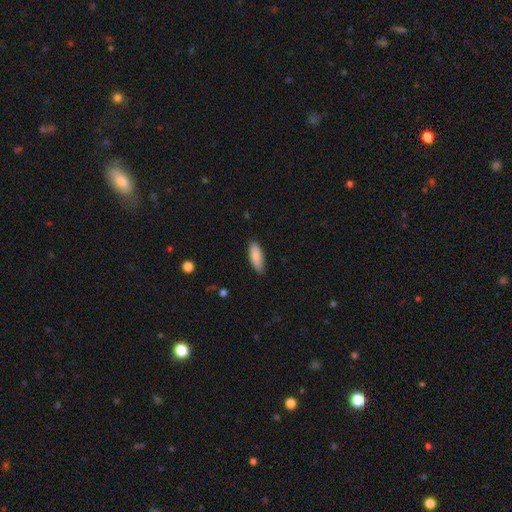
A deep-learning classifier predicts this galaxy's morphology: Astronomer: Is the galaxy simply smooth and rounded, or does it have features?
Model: smooth — 87%.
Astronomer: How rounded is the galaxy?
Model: in between — 66%.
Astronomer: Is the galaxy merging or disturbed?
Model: none — 85%.